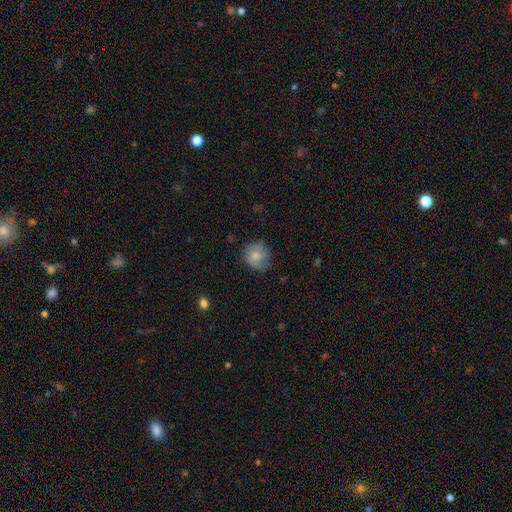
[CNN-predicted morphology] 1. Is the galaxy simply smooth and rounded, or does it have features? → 77% smooth, 15% featured or disk, 8% star or artifact.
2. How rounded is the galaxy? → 84% round, 15% in between, 1% cigar-shaped.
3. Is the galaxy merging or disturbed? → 68% none, 25% minor disturbance, 6% major disturbance, 1% merger.